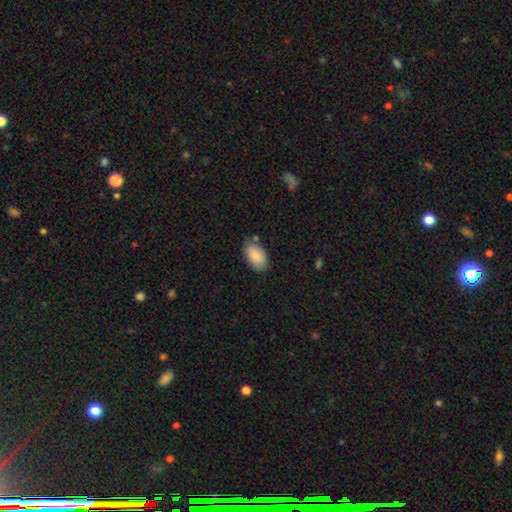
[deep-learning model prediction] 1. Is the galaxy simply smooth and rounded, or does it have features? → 87% smooth, 7% featured or disk, 6% star or artifact.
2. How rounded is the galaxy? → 94% in between, 5% round, 1% cigar-shaped.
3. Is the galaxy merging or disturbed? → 75% none, 18% minor disturbance, 5% merger, 3% major disturbance.